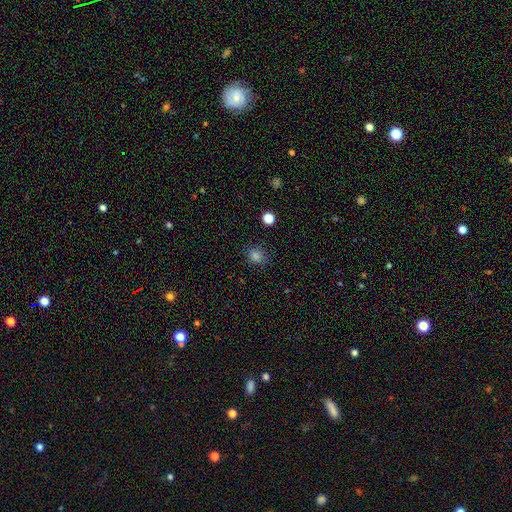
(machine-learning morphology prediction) Q: Smooth or featured?
A: smooth (79%); runner-up: star or artifact (16%)
Q: How rounded?
A: round (77%); runner-up: in between (22%)
Q: Merging?
A: none (86%); runner-up: minor disturbance (10%)